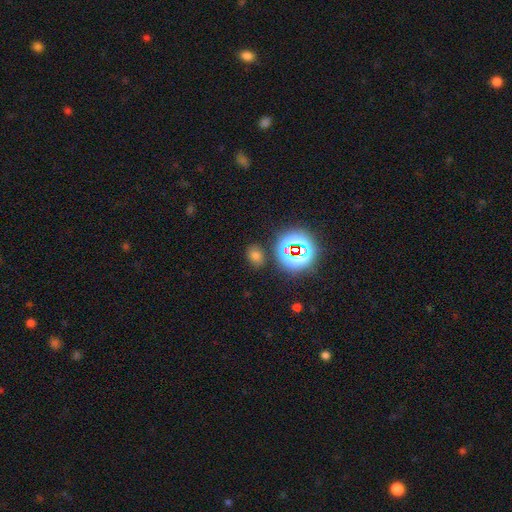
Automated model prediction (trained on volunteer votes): A smooth galaxy with no disk features (63%) that is in between round and cigar-shaped (58%). Merging: none (80%).